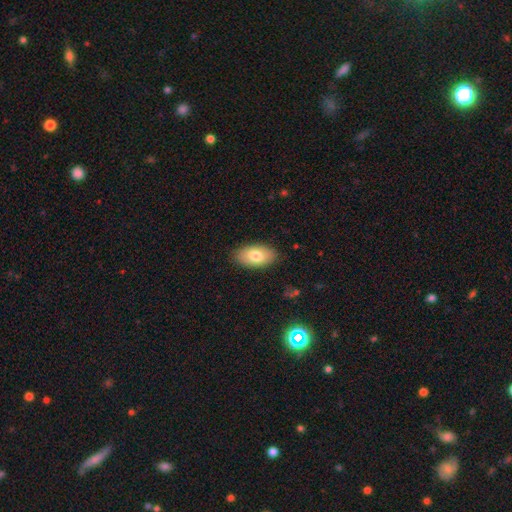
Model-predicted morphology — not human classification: Smooth or featured: smooth — 78% (featured or disk — 15%)
How rounded: in between — 94% (round — 4%)
Merging: none — 86% (minor disturbance — 10%)